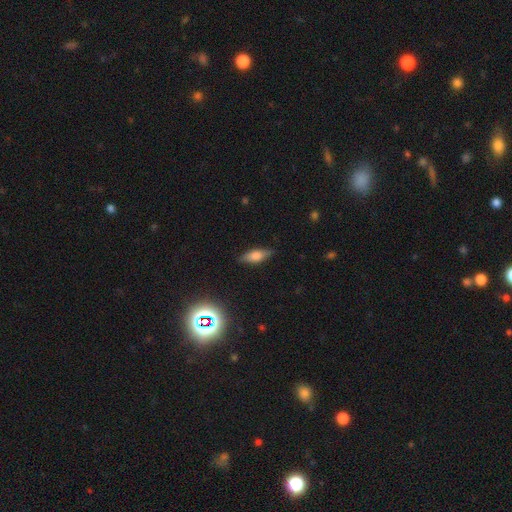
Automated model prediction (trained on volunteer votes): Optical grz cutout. It shows a smooth galaxy with no disk features (65%) that is in between round and cigar-shaped (68%). Merging: none (84%).